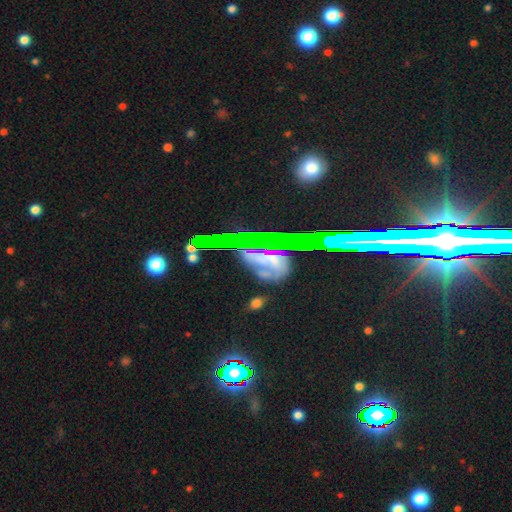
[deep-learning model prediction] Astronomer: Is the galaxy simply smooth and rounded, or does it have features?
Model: star or artifact — 45% (runner-up: featured or disk, 32%).